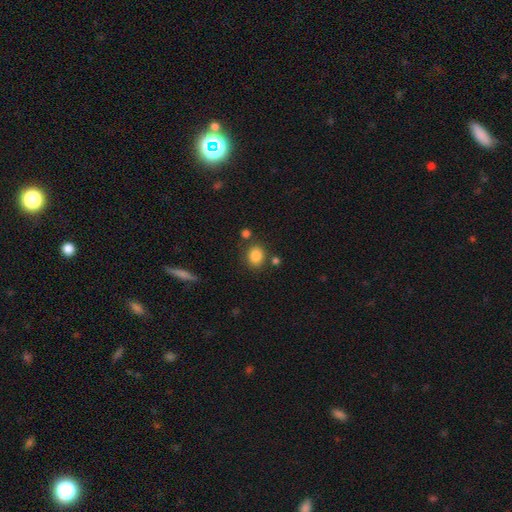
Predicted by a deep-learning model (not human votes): This is clearly a smooth galaxy (84%). How rounded: likely round (65%). Merging: likely none (78%).